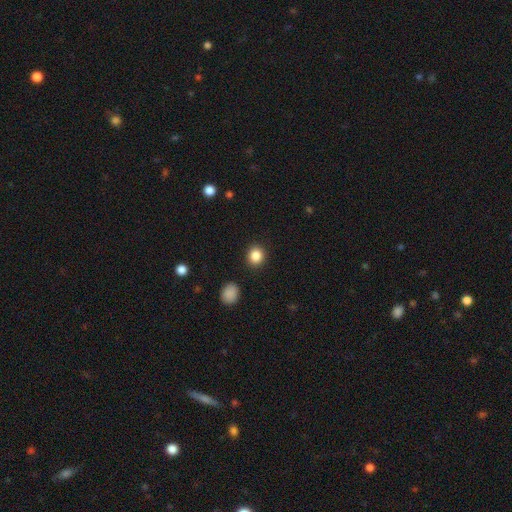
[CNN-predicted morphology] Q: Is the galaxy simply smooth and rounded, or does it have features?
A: smooth — 86%.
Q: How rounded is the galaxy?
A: round — 79%.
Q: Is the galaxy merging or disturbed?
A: none — 90%.